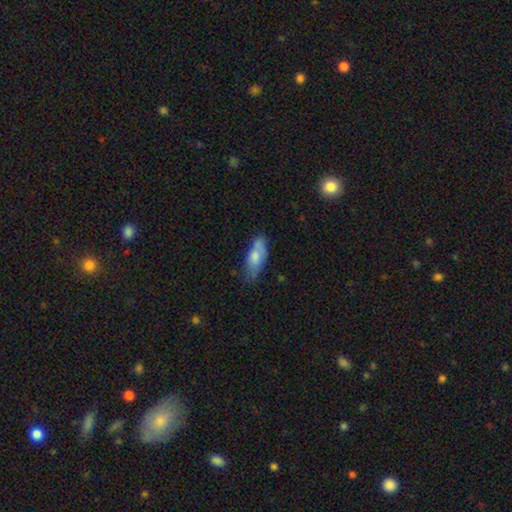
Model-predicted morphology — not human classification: Smooth or featured: smooth — 71% (featured or disk — 23%)
How rounded: in between — 75% (cigar-shaped — 22%)
Merging: none — 54% (minor disturbance — 33%)